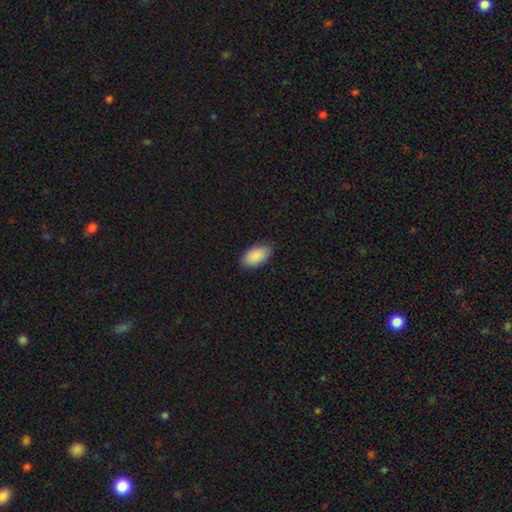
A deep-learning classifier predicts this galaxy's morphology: The model was most divided on "merging": none: 86%, minor disturbance: 10%, major disturbance: 2%, merger: 1%. More confident: how rounded — in between (95%); smooth or featured — smooth (90%).